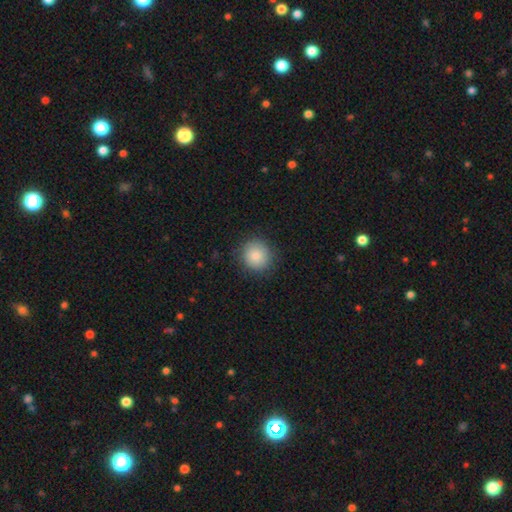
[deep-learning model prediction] This is clearly a smooth galaxy (85%). How rounded: clearly round (92%). Merging: clearly none (87%).